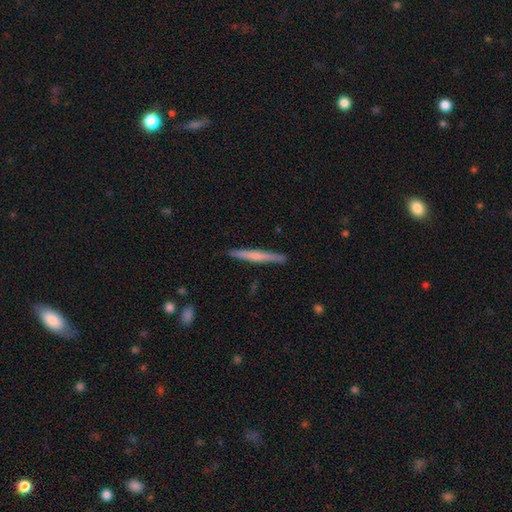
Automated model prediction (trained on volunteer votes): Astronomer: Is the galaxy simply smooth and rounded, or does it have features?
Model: featured or disk — 49% (runner-up: smooth, 46%).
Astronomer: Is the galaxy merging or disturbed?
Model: none — 91%.